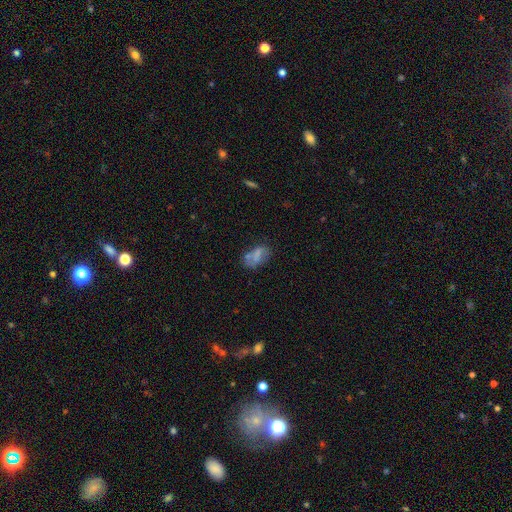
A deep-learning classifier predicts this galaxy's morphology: smooth 61%, featured or disk 28%, star or artifact 11%. Down the decision tree: how rounded — in between (89%); merging — none (48%).